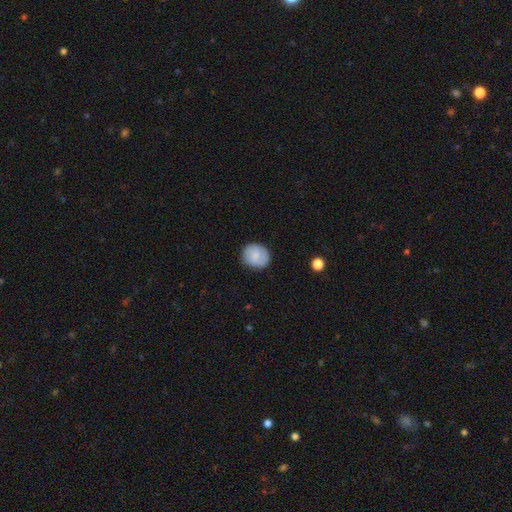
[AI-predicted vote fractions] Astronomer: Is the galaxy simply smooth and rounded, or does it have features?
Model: smooth — 76%.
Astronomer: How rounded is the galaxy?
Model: round — 82%.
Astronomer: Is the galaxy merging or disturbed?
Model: none — 85%.